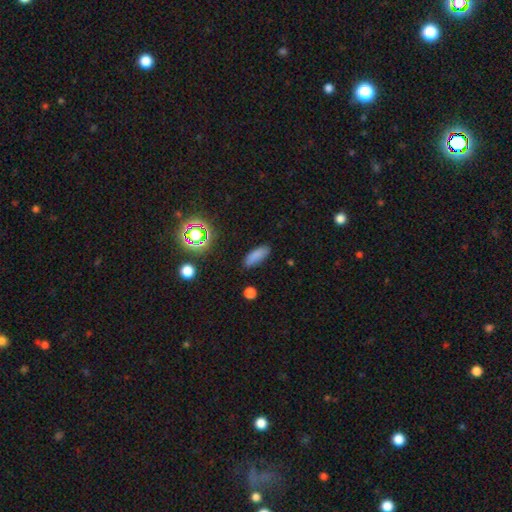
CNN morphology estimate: smooth 81%, star or artifact 12%, featured or disk 7%. Down the decision tree: how rounded — in between (65%); merging — none (85%).